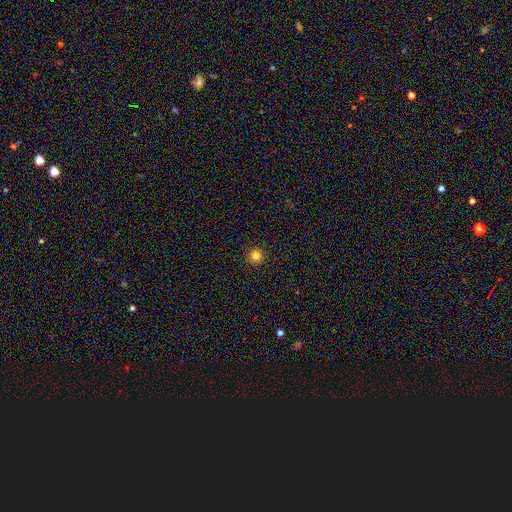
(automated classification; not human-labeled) Overall: smooth (82%). How rounded: round (95%). Merging: none (93%).